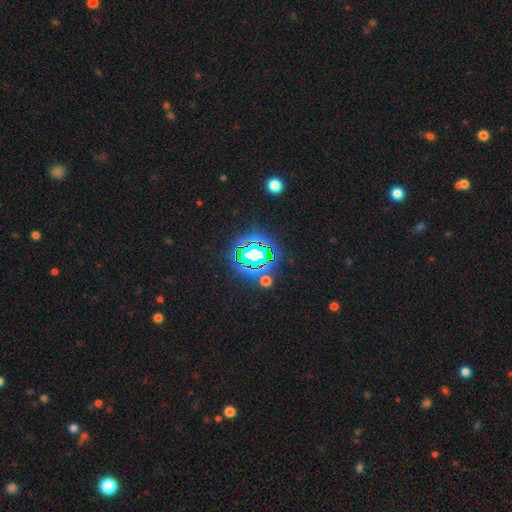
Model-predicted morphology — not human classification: Smooth or featured: star or artifact — 78% (smooth — 13%)